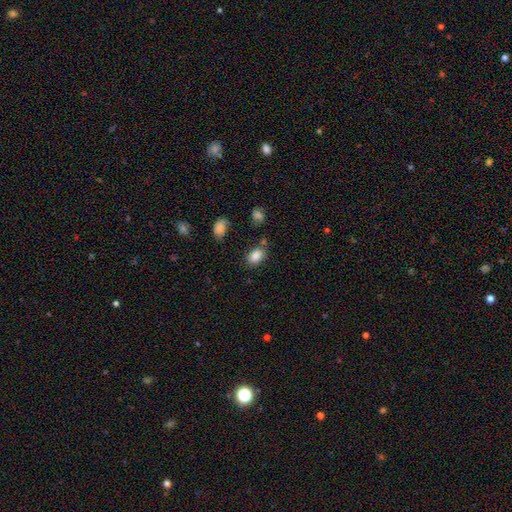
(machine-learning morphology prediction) A smooth galaxy with no disk features (85%) that is in between round and cigar-shaped (84%).

Vote fractions:
- Smooth or featured? smooth: 85% / star or artifact: 9% / featured or disk: 5%
- How rounded? in between: 84% / round: 15% / cigar-shaped: 1%
- Merging? none: 74% / minor disturbance: 16% / merger: 6% / major disturbance: 4%